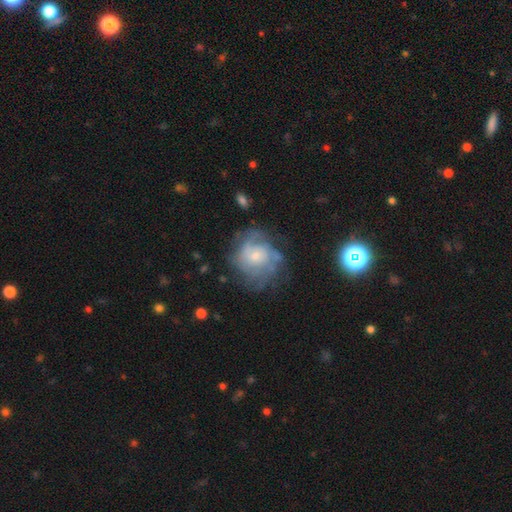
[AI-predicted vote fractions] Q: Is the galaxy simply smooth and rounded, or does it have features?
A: featured or disk — 64%.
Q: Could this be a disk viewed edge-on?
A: no — 97%.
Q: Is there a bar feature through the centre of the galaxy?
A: no — 77%.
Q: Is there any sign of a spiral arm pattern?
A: yes — 75%.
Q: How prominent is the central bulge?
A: small — 51%.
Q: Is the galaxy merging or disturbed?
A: none — 58%.